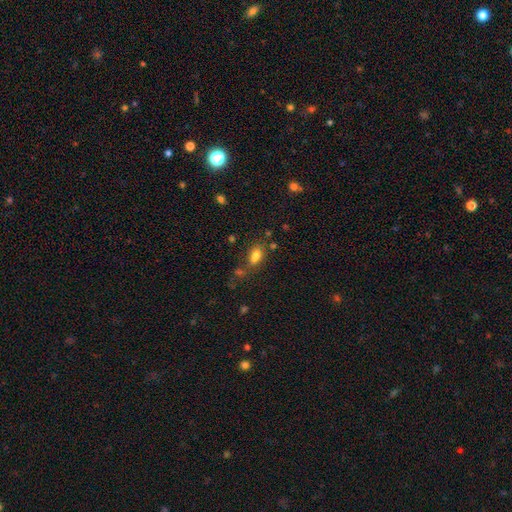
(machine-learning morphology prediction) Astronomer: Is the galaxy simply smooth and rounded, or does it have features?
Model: smooth — 78%.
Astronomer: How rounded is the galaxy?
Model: in between — 82%.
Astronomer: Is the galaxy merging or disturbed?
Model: none — 53%.